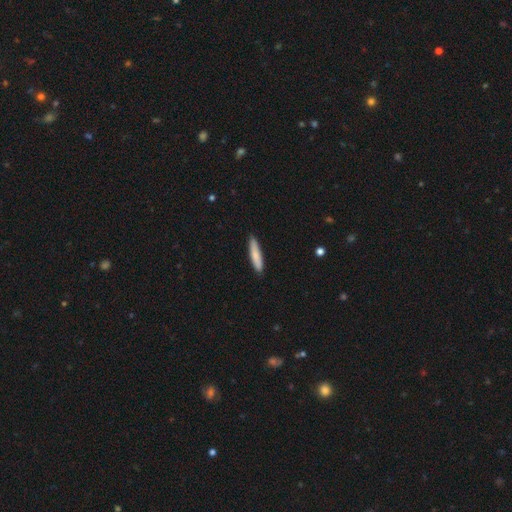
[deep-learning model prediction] Smooth or featured: smooth — 81% (featured or disk — 13%)
How rounded: cigar-shaped — 86% (in between — 13%)
Merging: none — 88% (minor disturbance — 9%)